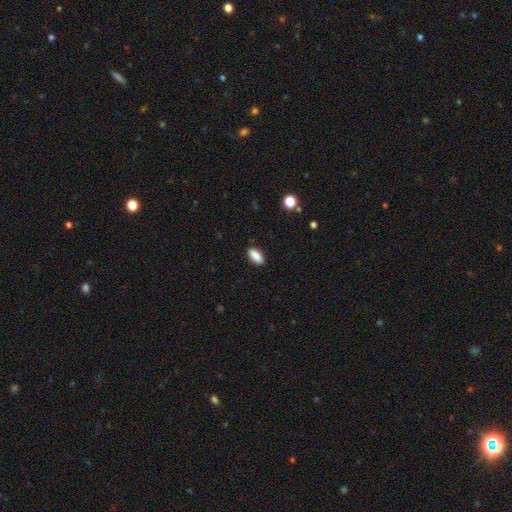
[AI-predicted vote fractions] Smooth or featured?
  - smooth: 87% *
  - star or artifact: 7%
  - featured or disk: 5%
How rounded?
  - in between: 84% *
  - cigar-shaped: 13%
  - round: 3%
Merging?
  - none: 89% *
  - minor disturbance: 8%
  - major disturbance: 2%
  - merger: 1%